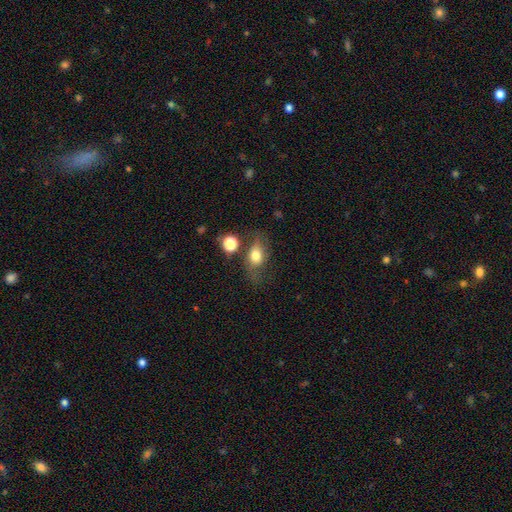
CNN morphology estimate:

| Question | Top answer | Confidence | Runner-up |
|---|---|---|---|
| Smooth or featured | smooth | 68% | featured or disk (22%) |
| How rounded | in between | 73% | round (24%) |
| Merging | none | 56% | minor disturbance (23%) |